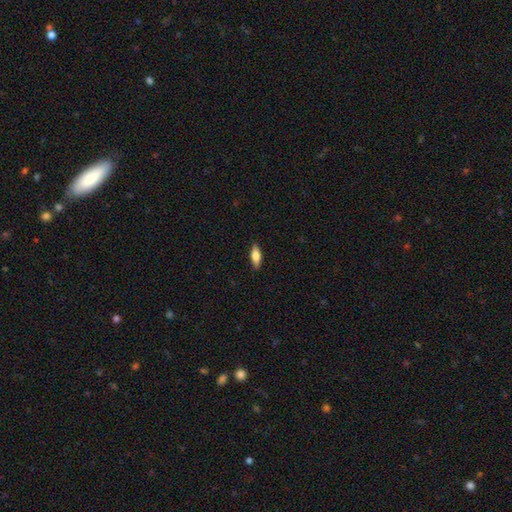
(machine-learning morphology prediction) smooth-or-featured: smooth: 69% | featured or disk: 25% | star or artifact: 6%
  how-rounded: in between: 62% | cigar-shaped: 36% | round: 3%
  merging: none: 87% | minor disturbance: 10% | major disturbance: 2% | merger: 1%